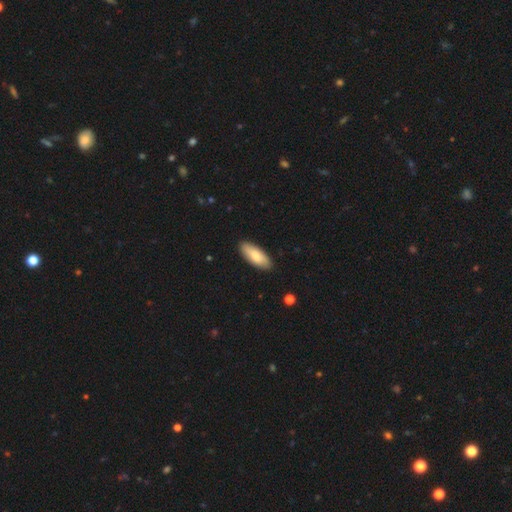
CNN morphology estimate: smooth 79%, featured or disk 16%, star or artifact 5%. Down the decision tree: how rounded — in between (77%); merging — none (88%).